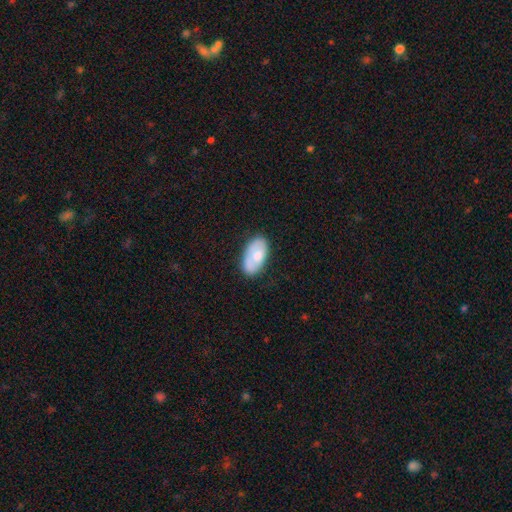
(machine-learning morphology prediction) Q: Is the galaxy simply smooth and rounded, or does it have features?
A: smooth — 70%.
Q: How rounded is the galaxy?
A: in between — 95%.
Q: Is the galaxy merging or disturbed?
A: none — 73%.